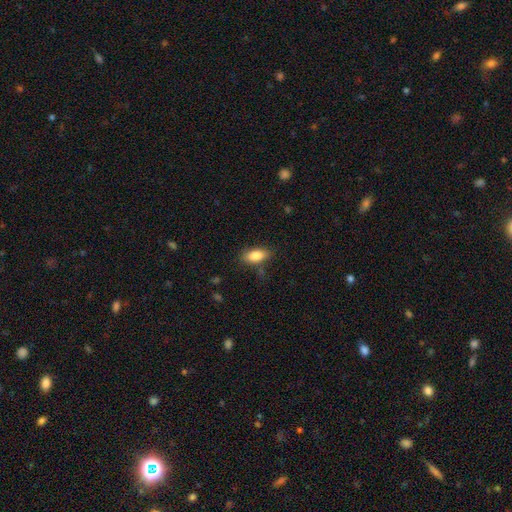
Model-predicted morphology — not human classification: The model was most divided on "merging": none: 77%, minor disturbance: 17%, major disturbance: 4%, merger: 2%. More confident: how rounded — in between (88%); smooth or featured — smooth (84%).